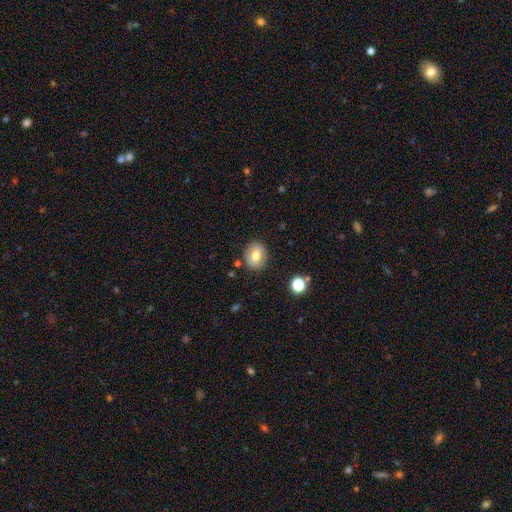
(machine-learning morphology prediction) Q: Smooth or featured?
A: smooth (72%); runner-up: featured or disk (18%)
Q: How rounded?
A: round (72%); runner-up: in between (27%)
Q: Merging?
A: none (85%); runner-up: minor disturbance (10%)